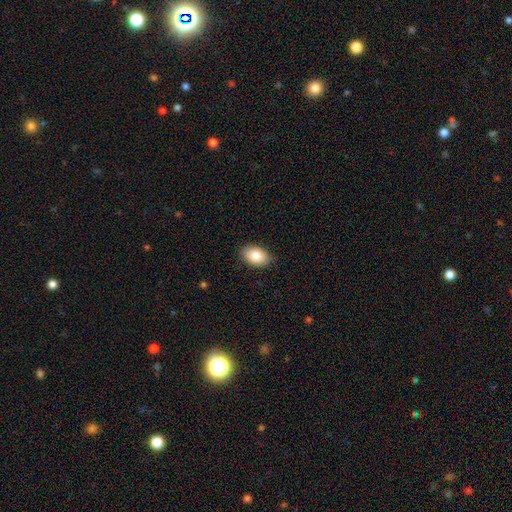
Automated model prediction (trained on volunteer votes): Overall: smooth (85%). How rounded: in between (89%). Merging: none (87%).